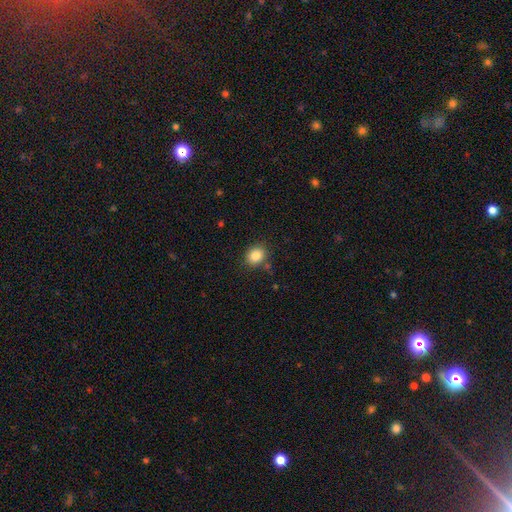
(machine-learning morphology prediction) The model was most divided on "how rounded": round: 66%, in between: 33%, cigar-shaped: 1%. More confident: smooth or featured — smooth (85%); merging — none (82%).